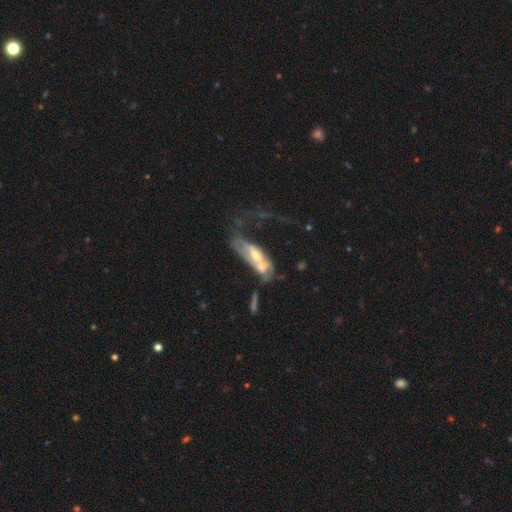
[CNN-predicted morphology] Smooth or featured? Predicted: featured or disk (p=0.58). Edge-on disk? Predicted: no (p=0.81). Merging? Predicted: merger (p=0.49).